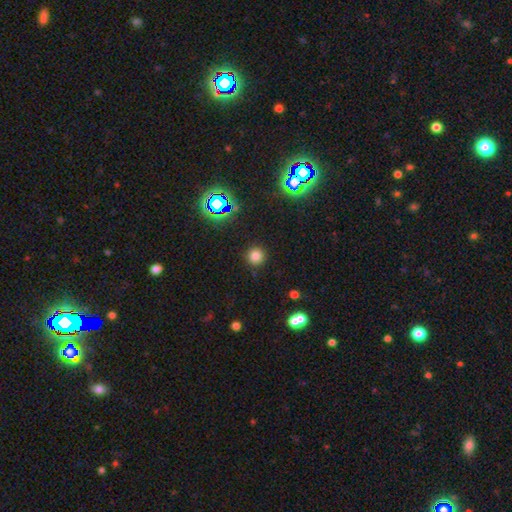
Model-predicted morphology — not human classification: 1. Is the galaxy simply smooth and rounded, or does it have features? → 75% smooth, 20% star or artifact, 5% featured or disk.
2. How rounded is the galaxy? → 95% round, 4% in between, 1% cigar-shaped.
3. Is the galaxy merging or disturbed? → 89% none, 6% minor disturbance, 3% major disturbance, 2% merger.